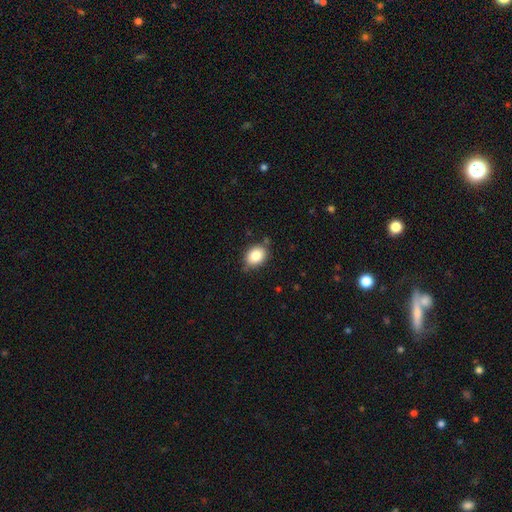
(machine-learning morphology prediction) The model was most divided on "how rounded": in between: 65%, round: 34%, cigar-shaped: 1%. More confident: smooth or featured — smooth (84%); merging — none (74%).